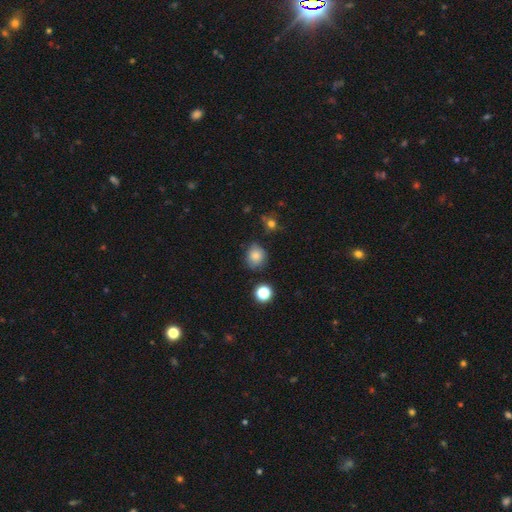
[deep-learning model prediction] Smooth or featured? smooth (80%)
How rounded? round (76%)
Merging? none (74%)